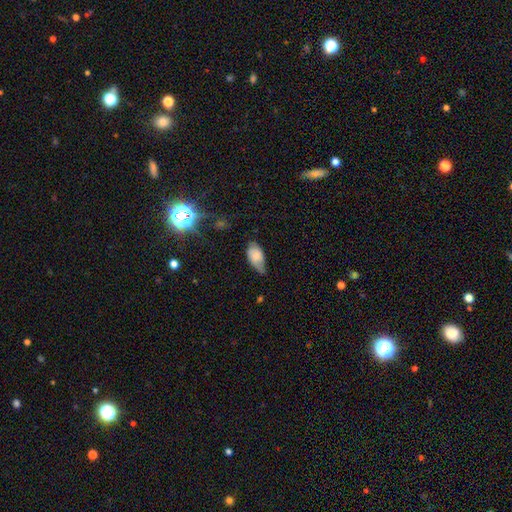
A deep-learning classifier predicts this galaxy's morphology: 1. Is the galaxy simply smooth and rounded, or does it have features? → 67% smooth, 24% featured or disk, 9% star or artifact.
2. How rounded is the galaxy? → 92% in between, 5% round, 4% cigar-shaped.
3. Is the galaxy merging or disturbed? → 44% minor disturbance, 42% none, 12% major disturbance, 2% merger.